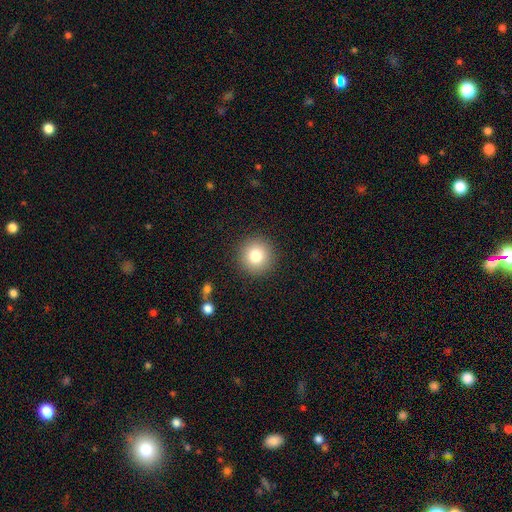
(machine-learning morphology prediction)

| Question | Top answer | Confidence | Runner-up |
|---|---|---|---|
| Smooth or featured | smooth | 81% | star or artifact (10%) |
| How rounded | round | 95% | in between (4%) |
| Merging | none | 91% | minor disturbance (6%) |